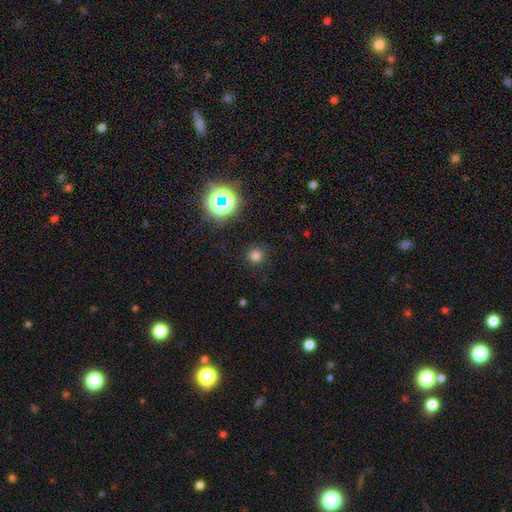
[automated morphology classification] Overall: smooth (72%). How rounded: round (93%). Merging: none (87%).